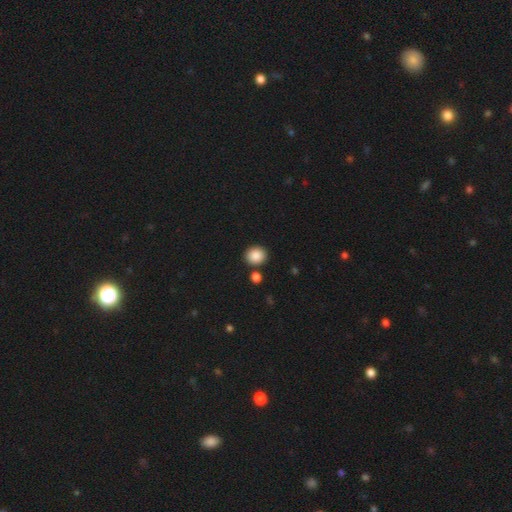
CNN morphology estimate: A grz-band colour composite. It shows a smooth galaxy with no disk features (87%) that is round (76%). Merging: none (83%).